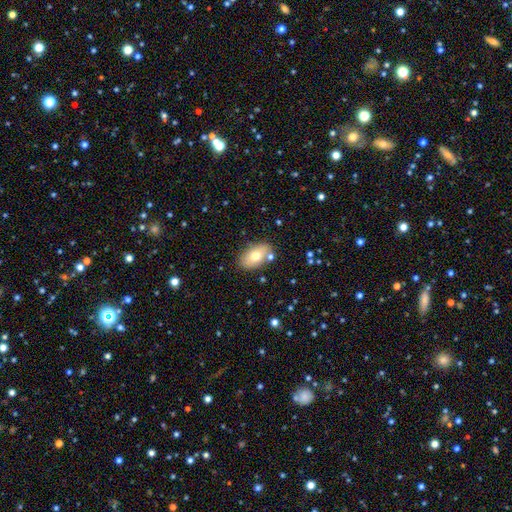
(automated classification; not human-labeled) Overall: smooth (71%). How rounded: in between (90%). Merging: none (80%).